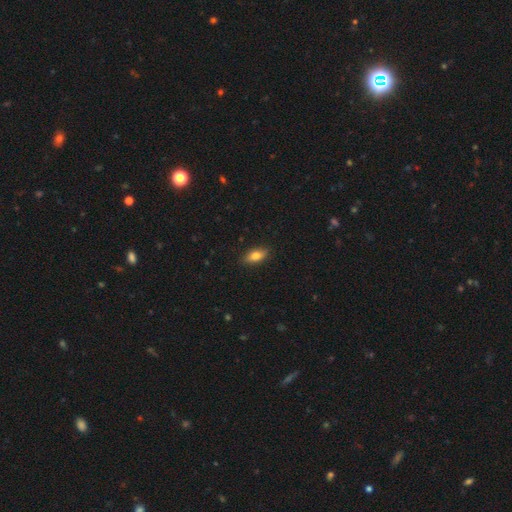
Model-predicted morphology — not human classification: This appears to be a smooth galaxy with no disk features (77%) that is in between round and cigar-shaped (83%). Merging: none (87%).